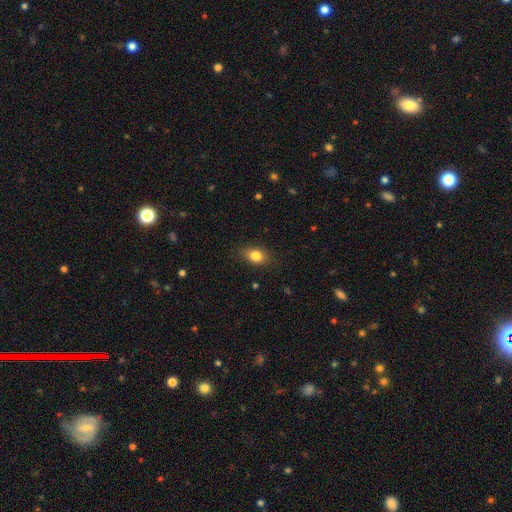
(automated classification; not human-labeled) A smooth galaxy with no disk features (83%) that is in between round and cigar-shaped (76%).

Vote fractions:
- Smooth or featured? smooth: 83% / star or artifact: 9% / featured or disk: 8%
- How rounded? in between: 76% / round: 22% / cigar-shaped: 2%
- Merging? none: 84% / minor disturbance: 12% / major disturbance: 3% / merger: 1%